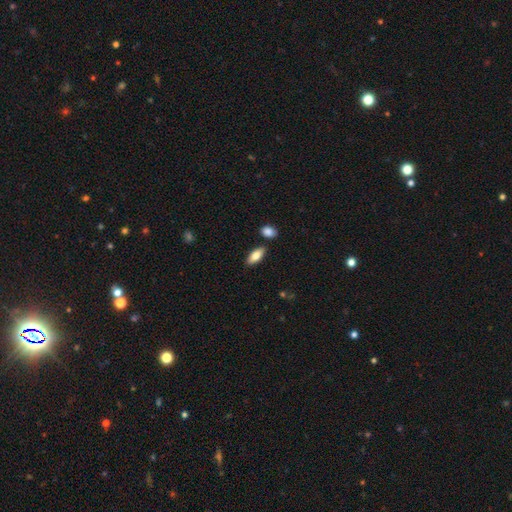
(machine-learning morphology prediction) smooth-or-featured: smooth: 79% | featured or disk: 15% | star or artifact: 6%
  how-rounded: in between: 82% | cigar-shaped: 16% | round: 2%
  merging: none: 83% | minor disturbance: 9% | merger: 5% | major disturbance: 2%